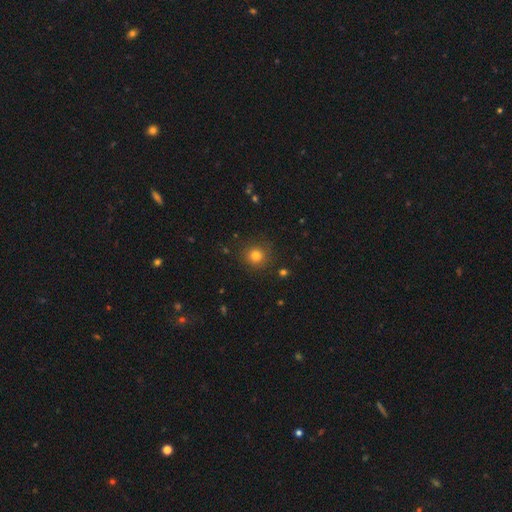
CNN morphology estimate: smooth_or_featured: smooth (p=0.78) [alt: star or artifact p=0.15]
how_rounded: round (p=0.93) [alt: in between p=0.06]
merging: none (p=0.89) [alt: minor disturbance p=0.07]